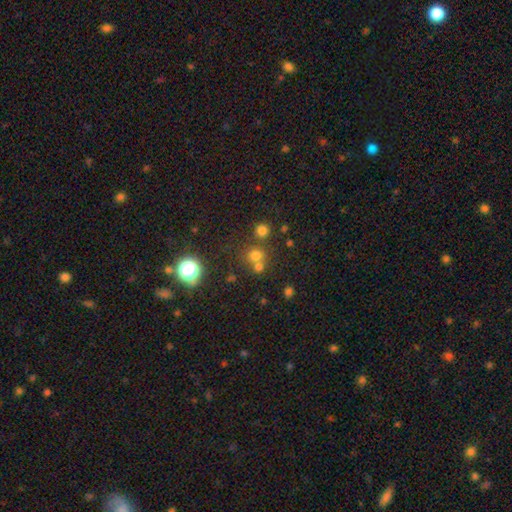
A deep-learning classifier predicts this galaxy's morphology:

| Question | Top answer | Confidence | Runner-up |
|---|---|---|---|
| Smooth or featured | smooth | 64% | star or artifact (27%) |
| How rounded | round | 88% | in between (11%) |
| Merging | none | 58% | merger (32%) |